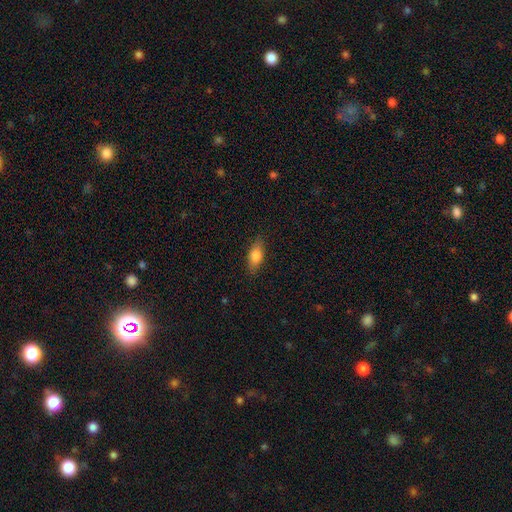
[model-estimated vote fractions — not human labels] Smooth or featured: smooth — 78% (featured or disk — 15%)
How rounded: in between — 81% (cigar-shaped — 15%)
Merging: none — 84% (minor disturbance — 13%)